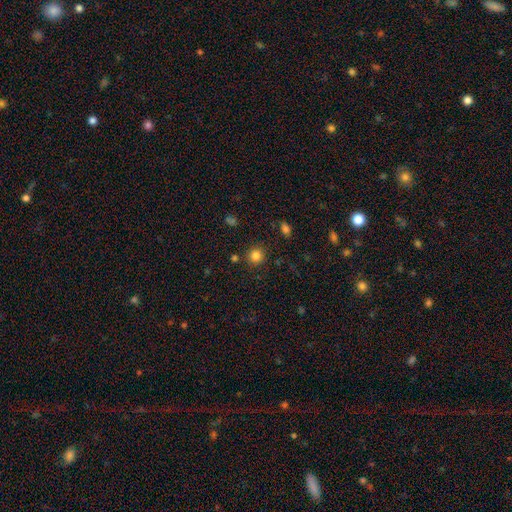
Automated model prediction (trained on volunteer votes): Morphology: type=smooth (83%); roundness=round (92%); merging=none (88%).